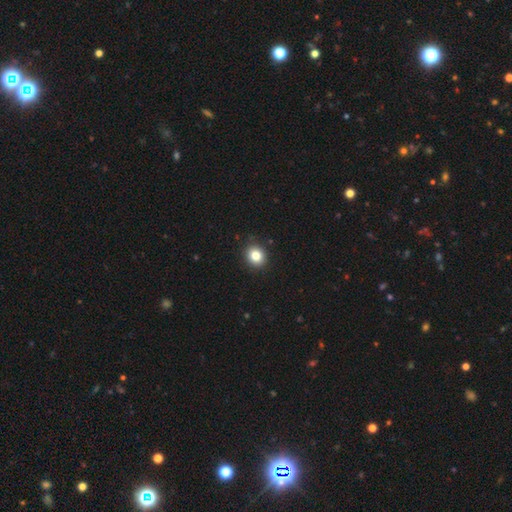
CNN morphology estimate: This appears to be a smooth galaxy with no disk features (82%) that is round (73%). Merging: none (90%).